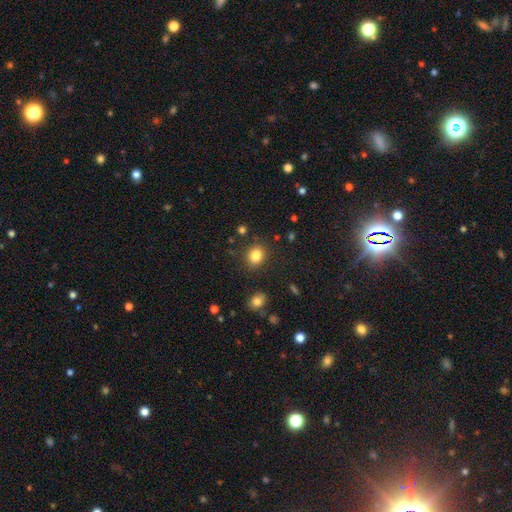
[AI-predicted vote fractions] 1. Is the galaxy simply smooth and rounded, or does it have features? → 83% smooth, 11% star or artifact, 6% featured or disk.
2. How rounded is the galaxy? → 65% round, 35% in between, 1% cigar-shaped.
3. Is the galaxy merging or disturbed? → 86% none, 9% minor disturbance, 3% major disturbance, 2% merger.